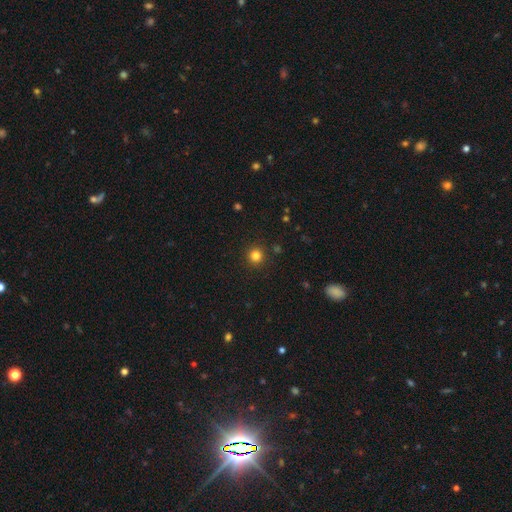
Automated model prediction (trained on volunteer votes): Overall: smooth (82%). How rounded: round (95%). Merging: none (91%).